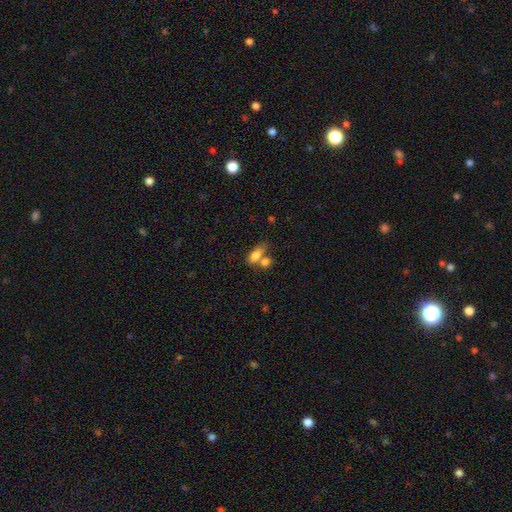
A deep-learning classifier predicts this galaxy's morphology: Smooth or featured: smooth — 78% (featured or disk — 14%)
How rounded: in between — 80% (cigar-shaped — 12%)
Merging: merger — 50% (none — 33%)